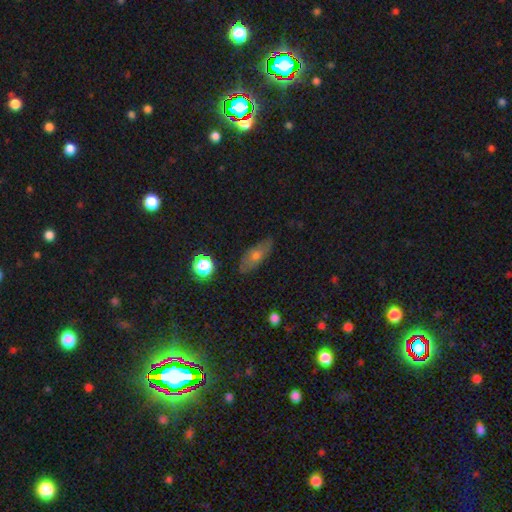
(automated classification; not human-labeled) Overall: smooth (59%; featured or disk 30%). How rounded: in between (71%). Merging: none (79%).